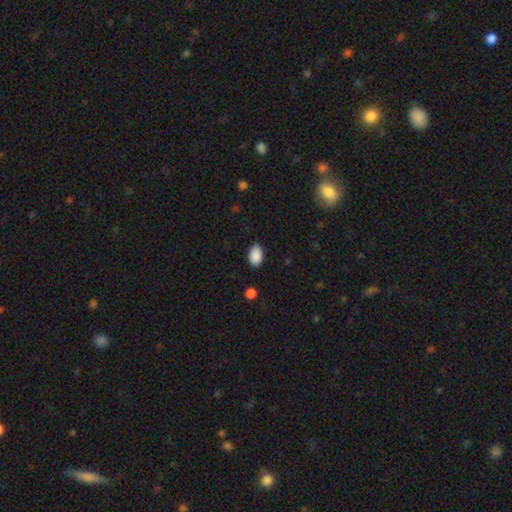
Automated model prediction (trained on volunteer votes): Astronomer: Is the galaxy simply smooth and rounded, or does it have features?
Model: smooth — 89%.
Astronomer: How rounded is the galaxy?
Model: in between — 92%.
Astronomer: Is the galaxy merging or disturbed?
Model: none — 83%.